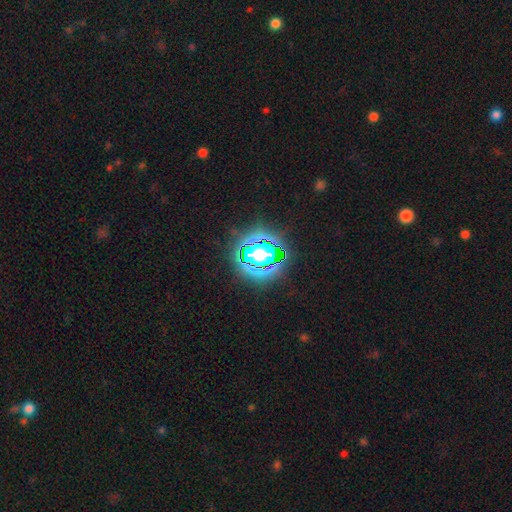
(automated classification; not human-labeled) The model was most divided on "smooth or featured": star or artifact: 63%, smooth: 24%, featured or disk: 12%.